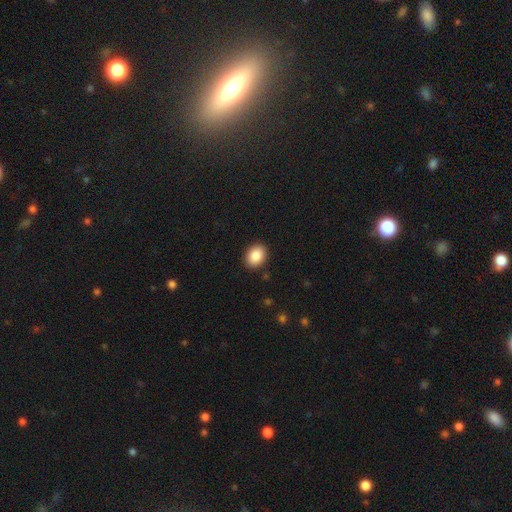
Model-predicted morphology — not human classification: type=smooth (88%); roundness=in between (59%); merging=none (90%).